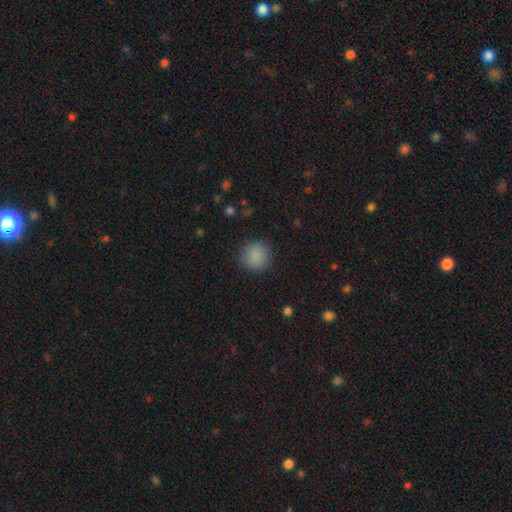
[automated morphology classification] Q: Smooth or featured?
A: smooth (87%); runner-up: star or artifact (9%)
Q: How rounded?
A: round (93%); runner-up: in between (6%)
Q: Merging?
A: none (90%); runner-up: minor disturbance (7%)